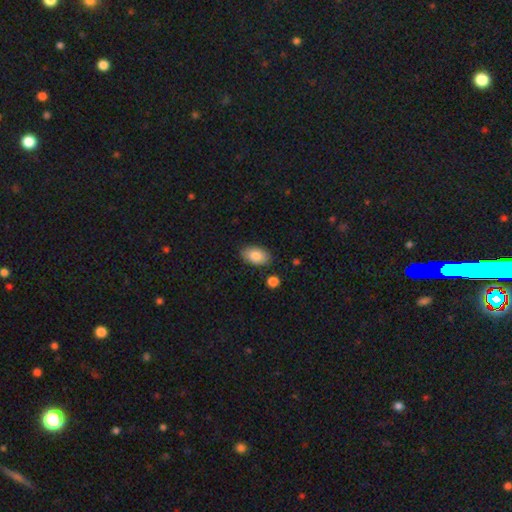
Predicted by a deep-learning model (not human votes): Smooth or featured? Predicted: smooth (p=0.86). How rounded? Predicted: in between (p=0.93). Merging? Predicted: none (p=0.84).